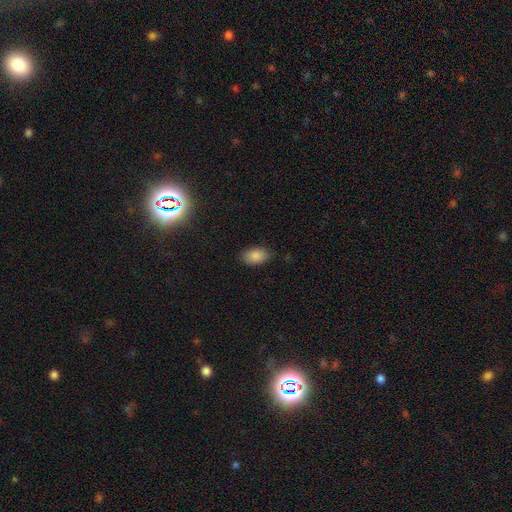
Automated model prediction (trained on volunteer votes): The model was most divided on "merging": none: 84%, minor disturbance: 12%, major disturbance: 3%, merger: 1%. More confident: how rounded — in between (92%); smooth or featured — smooth (86%).